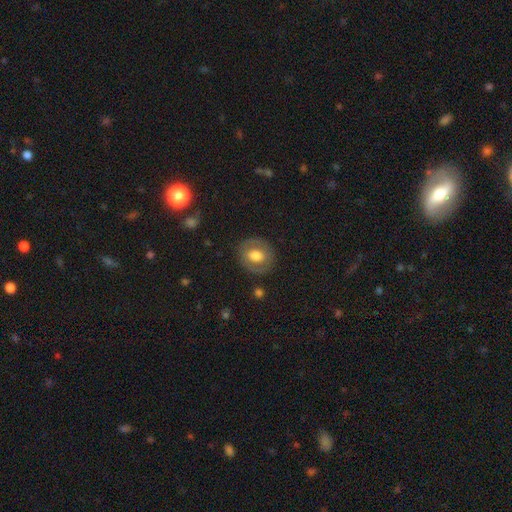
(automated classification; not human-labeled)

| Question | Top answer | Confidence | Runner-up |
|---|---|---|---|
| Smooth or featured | smooth | 56% | featured or disk (36%) |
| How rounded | round | 68% | in between (31%) |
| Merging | none | 83% | minor disturbance (11%) |